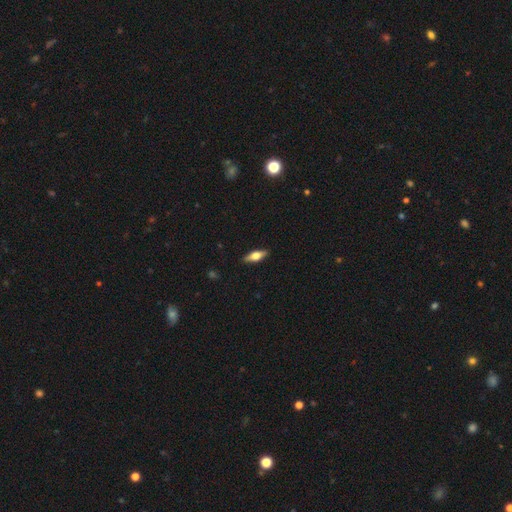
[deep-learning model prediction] This is possibly a smooth galaxy (57%). How rounded: likely in between (62%). Merging: clearly none (89%).